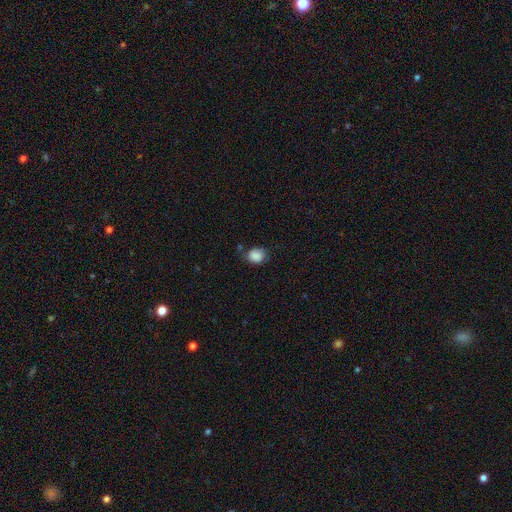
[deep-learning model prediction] Q: Smooth or featured?
A: smooth (85%); runner-up: star or artifact (9%)
Q: How rounded?
A: round (54%); runner-up: in between (45%)
Q: Merging?
A: none (60%); runner-up: minor disturbance (28%)